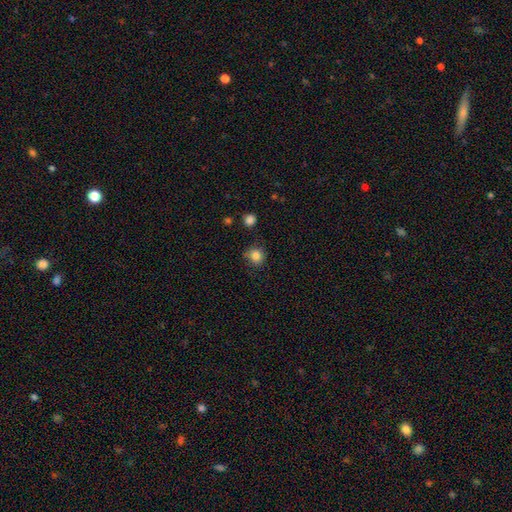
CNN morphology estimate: Overall: smooth (84%). How rounded: round (87%). Merging: none (80%).